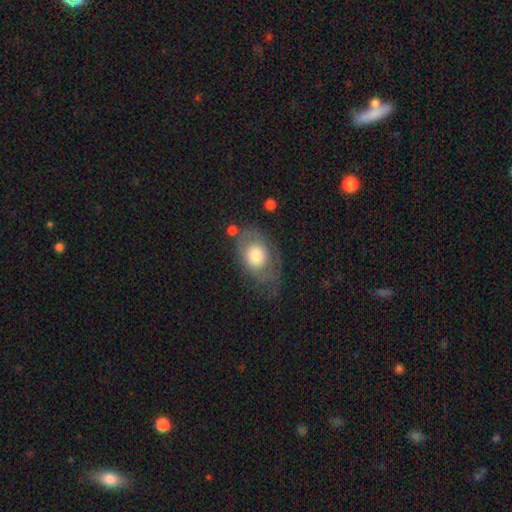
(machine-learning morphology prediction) A smooth galaxy with no disk features (58%) that is in between round and cigar-shaped (78%). Merging: none (49%).